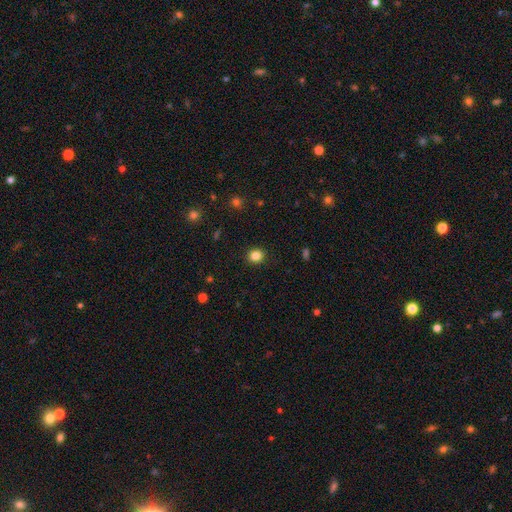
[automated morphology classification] The model was most divided on "how rounded": round: 80%, in between: 19%, cigar-shaped: 1%. More confident: merging — none (91%); smooth or featured — smooth (84%).